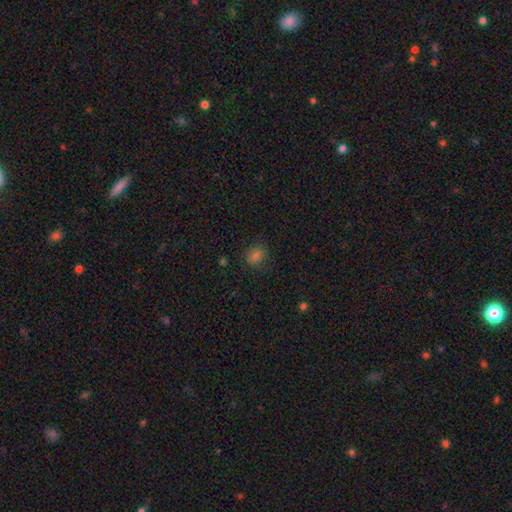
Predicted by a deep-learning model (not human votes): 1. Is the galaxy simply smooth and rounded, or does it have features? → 75% smooth, 17% star or artifact, 8% featured or disk.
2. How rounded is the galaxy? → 59% round, 39% in between, 1% cigar-shaped.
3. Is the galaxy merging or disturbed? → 81% none, 14% minor disturbance, 3% major disturbance, 1% merger.